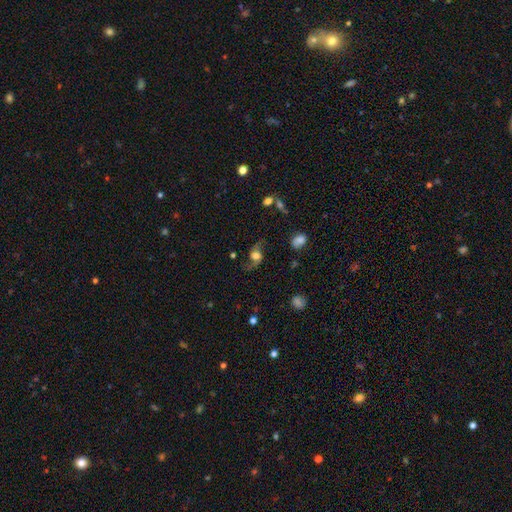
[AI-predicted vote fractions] Smooth or featured? Predicted: featured or disk (p=0.73). Edge-on disk? Predicted: no (p=0.91). Bar? Predicted: no (p=0.65). Spiral arms? Predicted: yes (p=0.91). Spiral winding? Predicted: loose (p=0.83). Spiral arm count? Predicted: 2 (p=0.93). Bulge size? Predicted: large (p=0.45). Merging? Predicted: none (p=0.70).